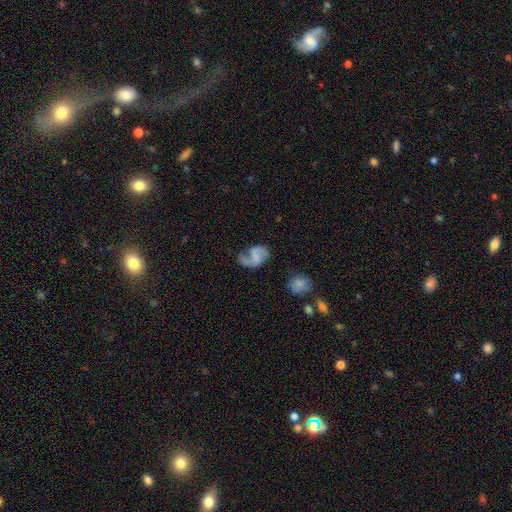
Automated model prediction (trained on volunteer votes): A featured or disk galaxy (67%) with a weak bar (43%), 2 (64%) loose (54%) spiral arms (88%) and no central bulge (63%).

Vote fractions:
- Smooth or featured? featured or disk: 67% / smooth: 25% / star or artifact: 8%
- Edge-on disk? no: 98% / yes: 2%
- Bar? weak: 43% / no: 36% / strong: 21%
- Spiral arms? yes: 88% / no: 12%
- Spiral winding? loose: 54% / medium: 35% / tight: 11%
- Spiral arm count? 2: 64% / 1: 29% / can't tell: 4% / 3: 1% / 4: 1% / more than 4: 1%
- Bulge size? none: 63% / small: 21% / moderate: 12% / large: 3% / dominant: 1%
- Merging? none: 47% / major disturbance: 24% / minor disturbance: 24% / merger: 5%